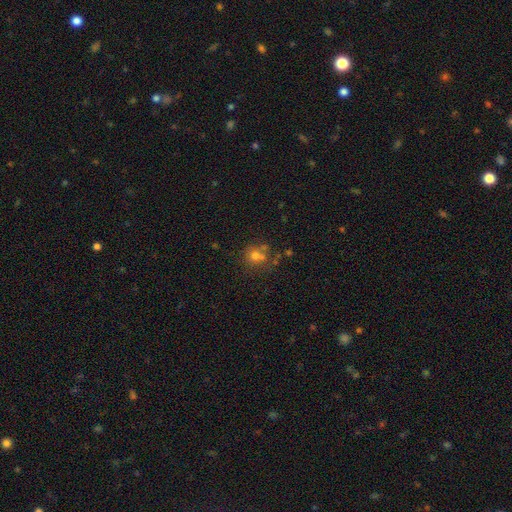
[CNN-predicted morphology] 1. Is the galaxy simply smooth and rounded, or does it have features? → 65% smooth, 18% star or artifact, 17% featured or disk.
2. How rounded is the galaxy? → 80% round, 19% in between, 1% cigar-shaped.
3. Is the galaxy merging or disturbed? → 52% none, 27% merger, 14% minor disturbance, 7% major disturbance.